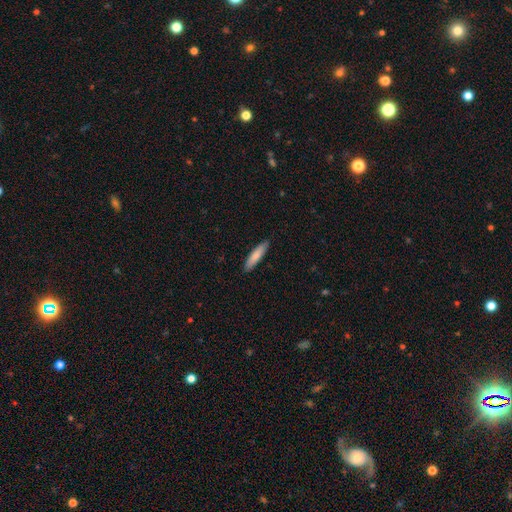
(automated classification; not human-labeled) Overall: smooth (81%). How rounded: cigar-shaped (81%). Merging: none (89%).